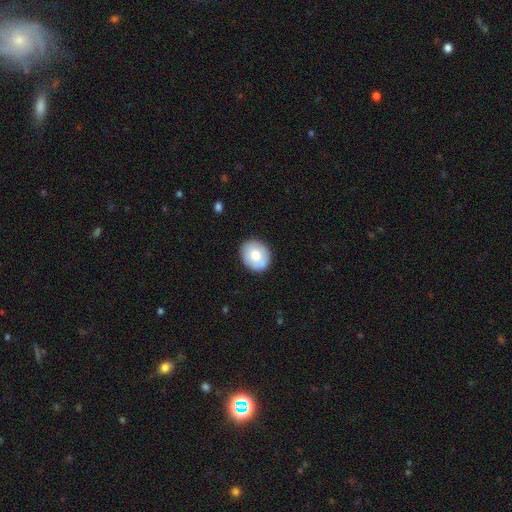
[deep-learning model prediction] Smooth or featured?
  - smooth: 74% *
  - featured or disk: 19%
  - star or artifact: 7%
How rounded?
  - round: 70% *
  - in between: 29%
  - cigar-shaped: 1%
Merging?
  - none: 86% *
  - minor disturbance: 11%
  - major disturbance: 2%
  - merger: 1%